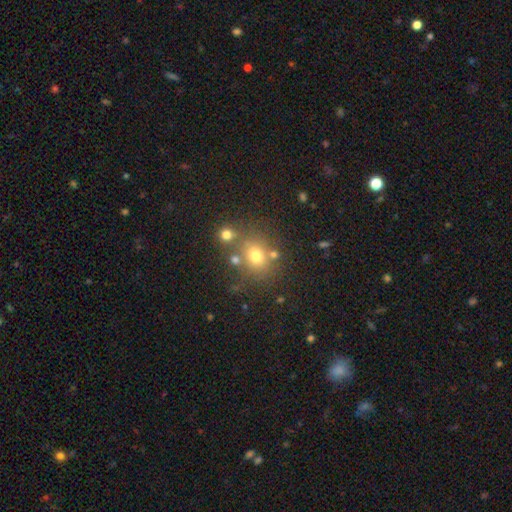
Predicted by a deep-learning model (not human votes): Smooth or featured? Predicted: smooth (p=0.69). How rounded? Predicted: round (p=0.68). Merging? Predicted: none (p=0.67).